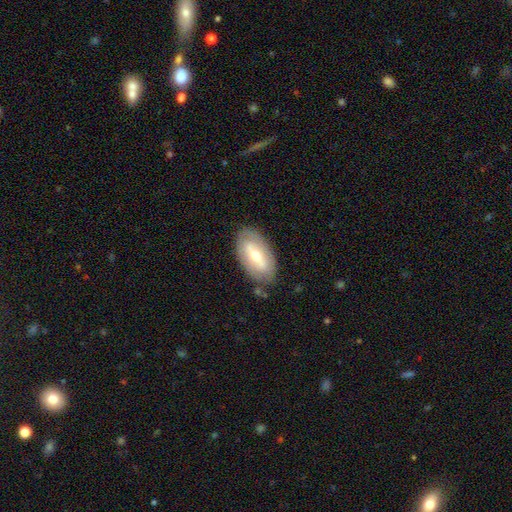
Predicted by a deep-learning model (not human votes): This is possibly a featured or disk galaxy (53%). It is clearly not viewed edge-on (84%). Merging: clearly none (80%).